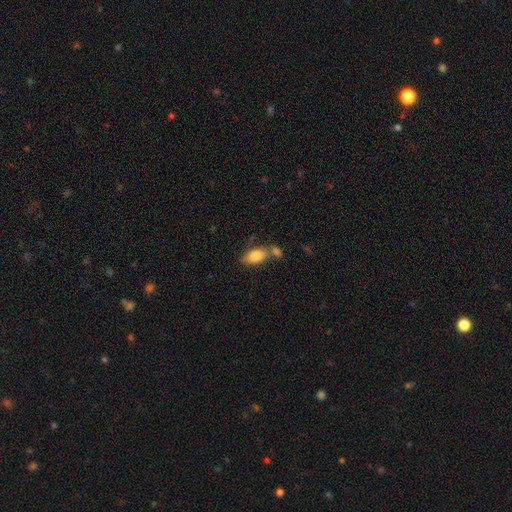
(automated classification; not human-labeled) Morphology: type=smooth (83%); roundness=in between (91%); merging=none (51%).